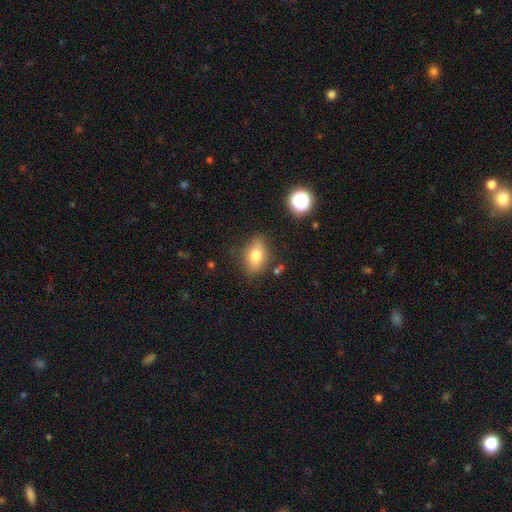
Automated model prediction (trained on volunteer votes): This appears to be a smooth galaxy with no disk features (74%) that is in between round and cigar-shaped (79%). Merging: none (78%).